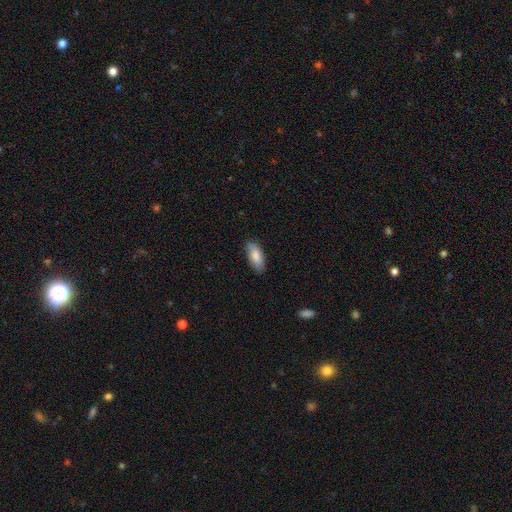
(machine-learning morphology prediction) smooth 83%, featured or disk 11%, star or artifact 6%. Down the decision tree: how rounded — in between (86%); merging — none (84%).